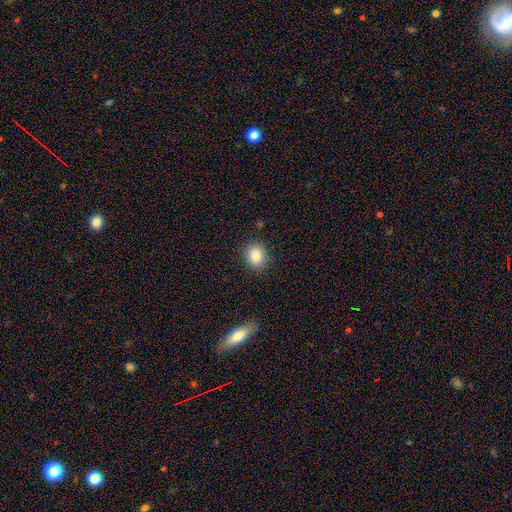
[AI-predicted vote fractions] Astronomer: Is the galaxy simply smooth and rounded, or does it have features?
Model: smooth — 84%.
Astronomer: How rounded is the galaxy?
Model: round — 61% (runner-up: in between, 38%).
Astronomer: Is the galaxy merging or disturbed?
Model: none — 87%.